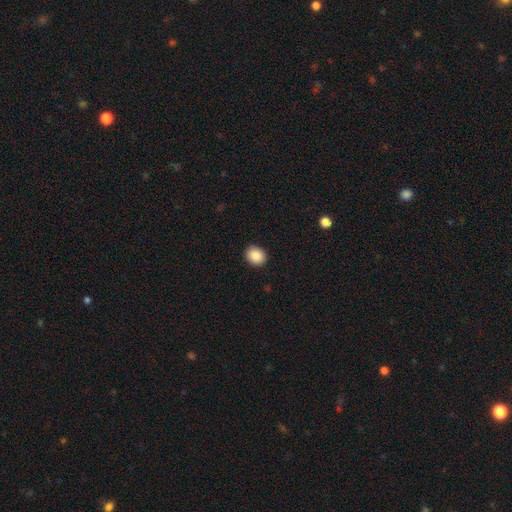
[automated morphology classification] Smooth or featured?
  - smooth: 89% *
  - star or artifact: 8%
  - featured or disk: 3%
How rounded?
  - round: 55% *
  - in between: 45%
  - cigar-shaped: 1%
Merging?
  - none: 91% *
  - minor disturbance: 7%
  - major disturbance: 2%
  - merger: 1%